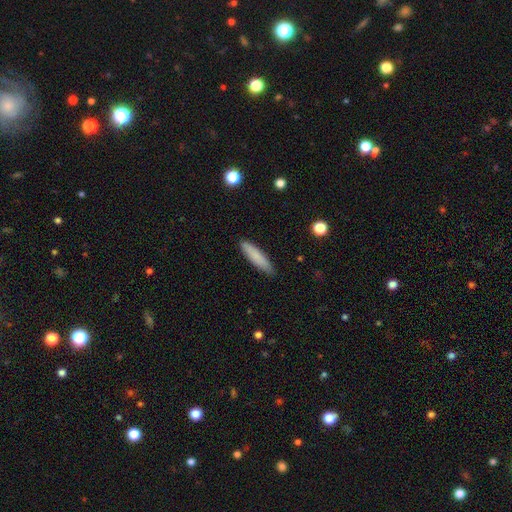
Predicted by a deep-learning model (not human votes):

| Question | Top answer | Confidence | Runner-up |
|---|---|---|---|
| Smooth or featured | smooth | 82% | featured or disk (11%) |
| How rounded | cigar-shaped | 80% | in between (19%) |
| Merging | none | 88% | minor disturbance (10%) |